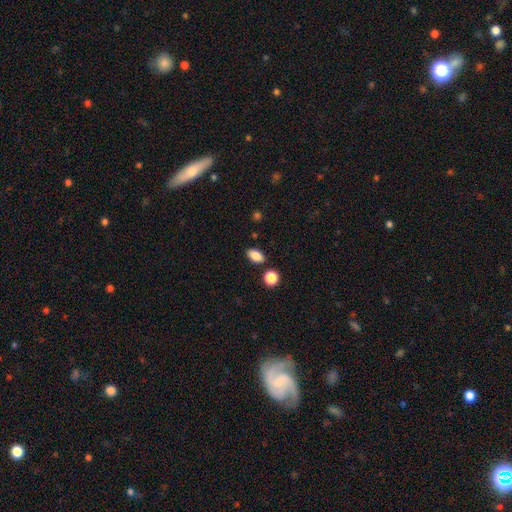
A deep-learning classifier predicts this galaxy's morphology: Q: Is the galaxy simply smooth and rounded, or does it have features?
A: smooth — 86%.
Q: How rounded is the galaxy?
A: in between — 88%.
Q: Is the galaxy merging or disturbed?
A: none — 84%.